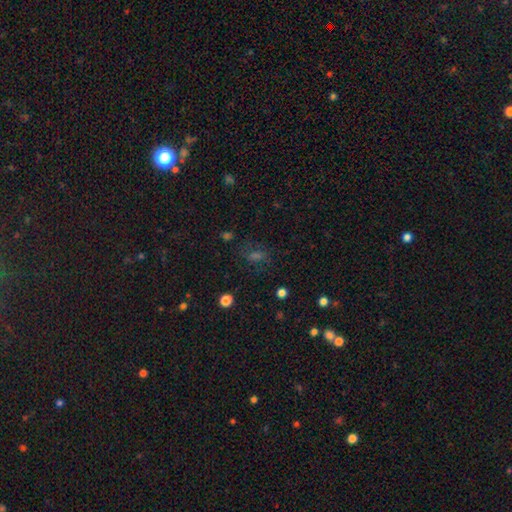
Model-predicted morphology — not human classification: Smooth or featured: star or artifact — 41% (smooth — 36%)